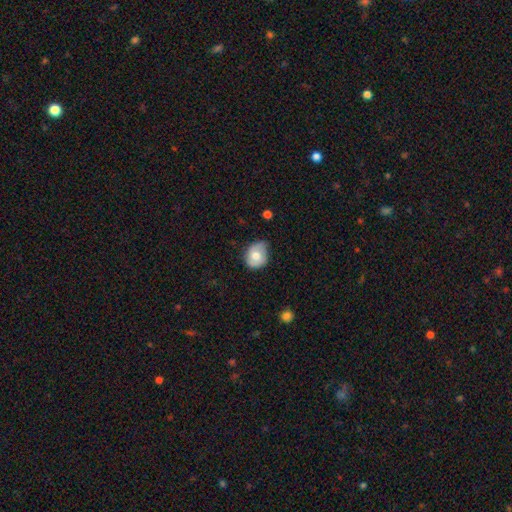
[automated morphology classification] Q: Smooth or featured?
A: smooth (65%); runner-up: featured or disk (28%)
Q: How rounded?
A: round (59%); runner-up: in between (40%)
Q: Merging?
A: none (51%); runner-up: minor disturbance (38%)